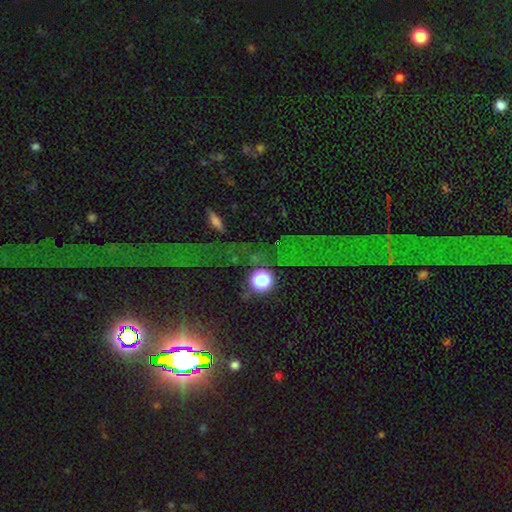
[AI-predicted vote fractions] smooth-or-featured: star or artifact: 80% | featured or disk: 11% | smooth: 9%